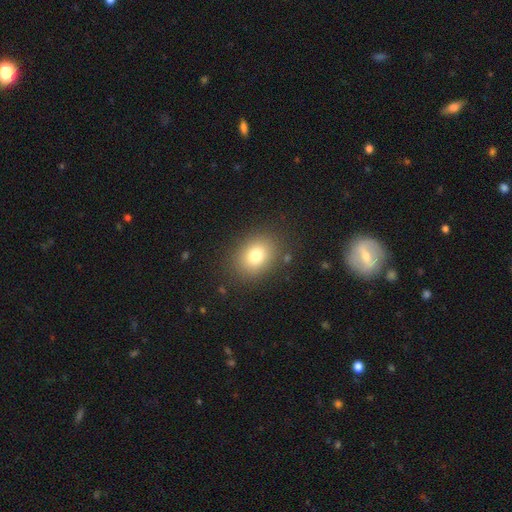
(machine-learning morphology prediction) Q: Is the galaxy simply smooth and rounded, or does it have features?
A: smooth — 78%.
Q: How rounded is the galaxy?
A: in between — 52%.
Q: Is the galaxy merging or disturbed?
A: none — 86%.